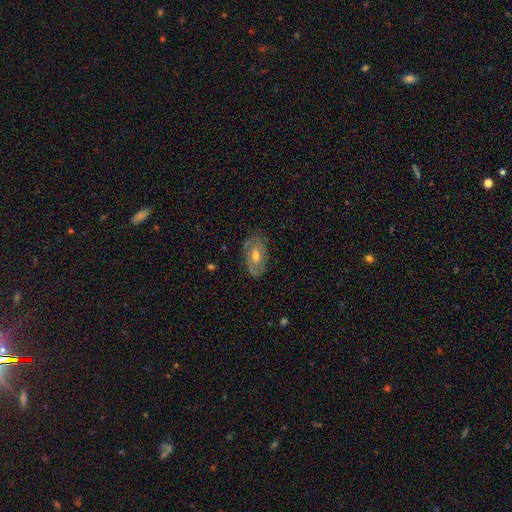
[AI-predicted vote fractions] A featured or disk galaxy (68%) with no bar (49%), spiral arms (77%) and a moderate central bulge (69%).

Vote fractions:
- Smooth or featured? featured or disk: 68% / smooth: 24% / star or artifact: 7%
- Edge-on disk? no: 93% / yes: 7%
- Bar? no: 49% / weak: 40% / strong: 11%
- Spiral arms? yes: 77% / no: 23%
- Bulge size? moderate: 69% / small: 22% / large: 6% / none: 1% / dominant: 1%
- Merging? none: 77% / minor disturbance: 17% / major disturbance: 5% / merger: 1%